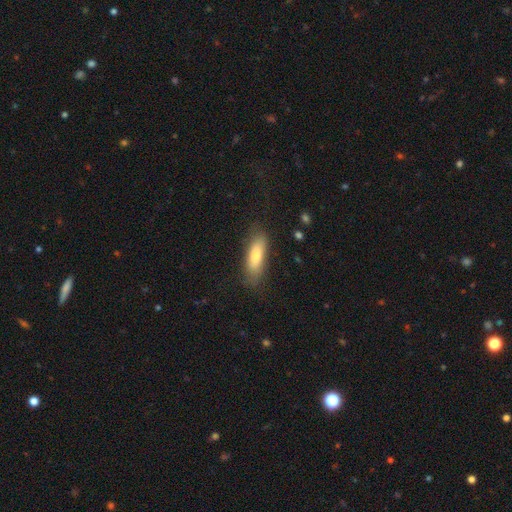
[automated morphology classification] Overall: smooth (77%). How rounded: in between (50%; cigar-shaped 48%). Merging: none (79%).